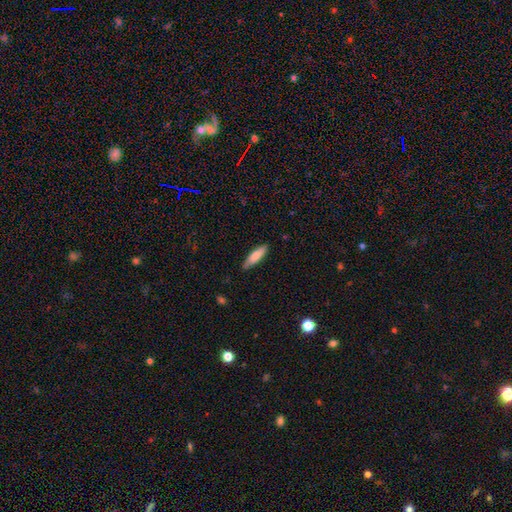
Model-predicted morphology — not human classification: This appears to be a smooth galaxy with no disk features (79%) that is cigar-shaped (63%). Merging: none (82%).